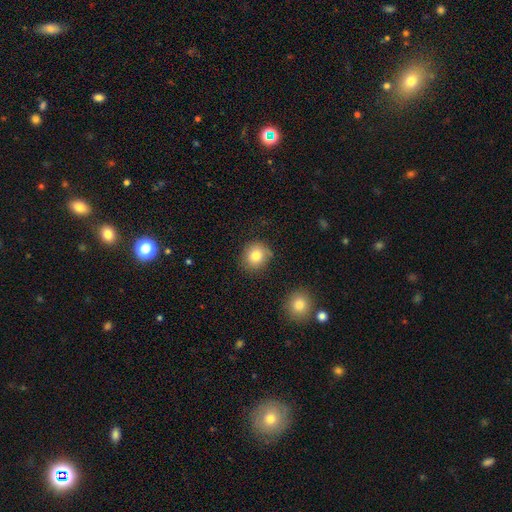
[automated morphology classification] Q: Smooth or featured?
A: smooth (81%); runner-up: star or artifact (10%)
Q: How rounded?
A: round (82%); runner-up: in between (17%)
Q: Merging?
A: none (80%); runner-up: minor disturbance (14%)